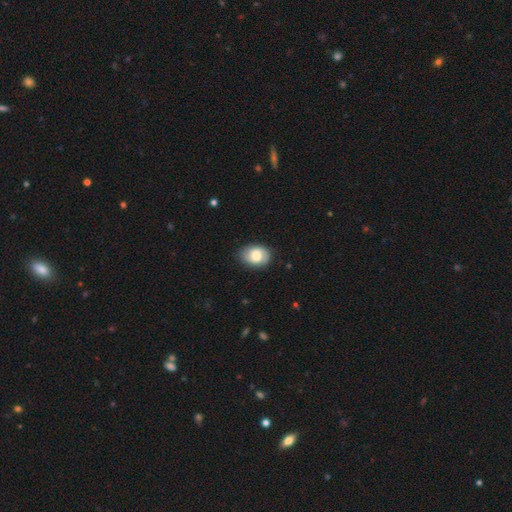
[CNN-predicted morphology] Smooth or featured: smooth — 60% (featured or disk — 33%)
How rounded: in between — 72% (round — 27%)
Merging: none — 79% (minor disturbance — 16%)